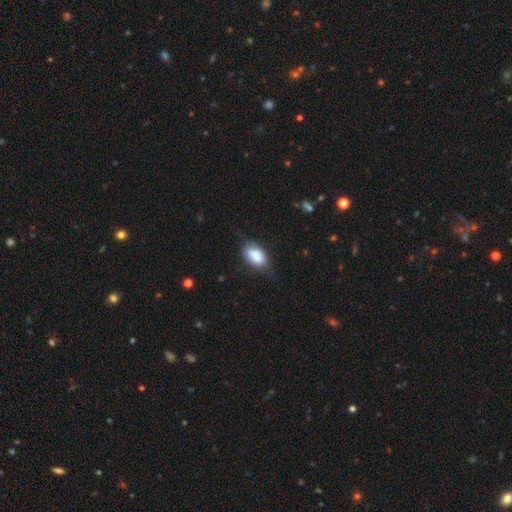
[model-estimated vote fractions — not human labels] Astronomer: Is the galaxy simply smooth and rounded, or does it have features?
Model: smooth — 85%.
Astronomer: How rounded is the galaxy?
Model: in between — 91%.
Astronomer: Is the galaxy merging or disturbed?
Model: none — 55% (runner-up: minor disturbance, 32%).